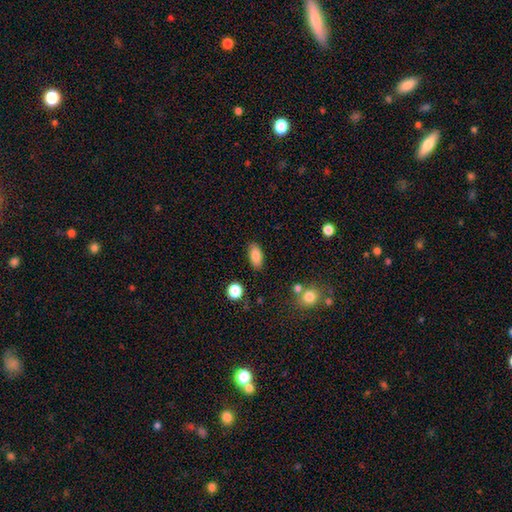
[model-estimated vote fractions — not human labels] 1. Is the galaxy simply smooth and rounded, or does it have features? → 85% smooth, 8% star or artifact, 7% featured or disk.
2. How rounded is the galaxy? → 88% in between, 8% cigar-shaped, 4% round.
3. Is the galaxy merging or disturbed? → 86% none, 10% minor disturbance, 3% major disturbance, 2% merger.